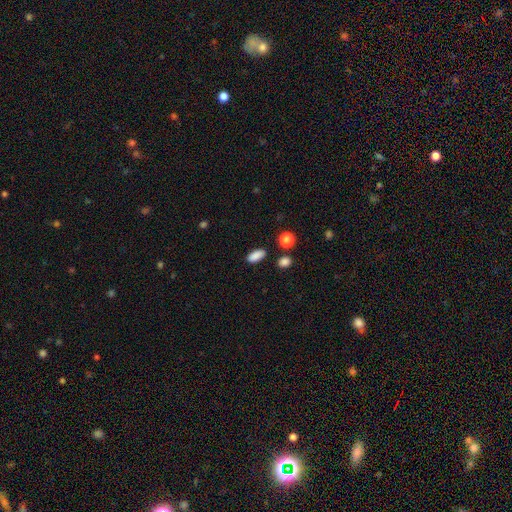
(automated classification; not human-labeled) This is clearly a smooth galaxy (87%). How rounded: clearly in between (86%). Merging: clearly none (85%).